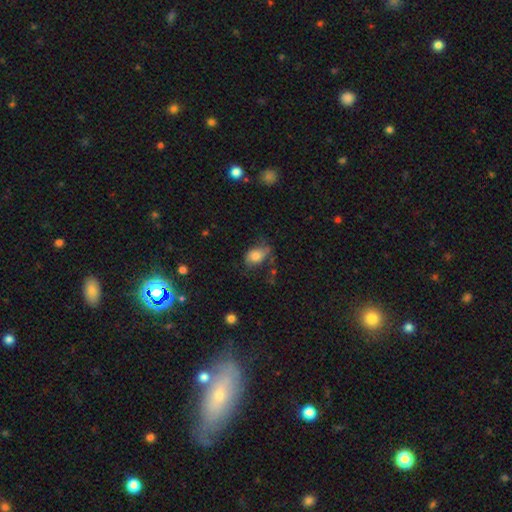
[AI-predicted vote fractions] Smooth or featured? smooth (71%)
How rounded? in between (80%)
Merging? none (44%)